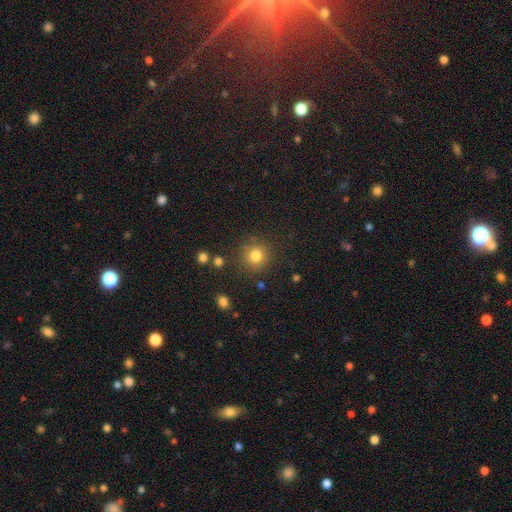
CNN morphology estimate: Smooth or featured? Predicted: smooth (p=0.81). How rounded? Predicted: round (p=0.92). Merging? Predicted: none (p=0.84).